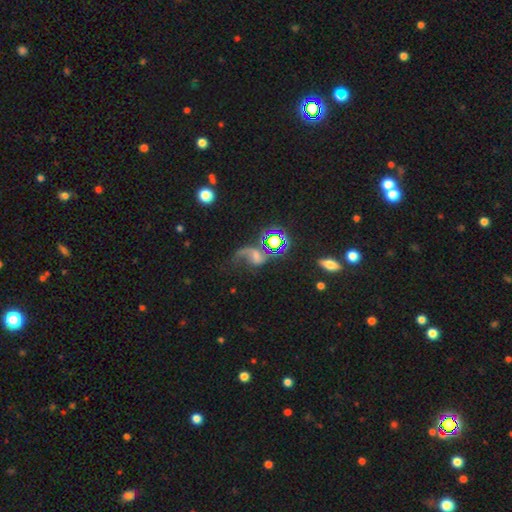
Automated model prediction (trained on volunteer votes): Smooth or featured: featured or disk — 57% (star or artifact — 23%)
Edge-on disk: no — 96% (yes — 4%)
Bar: no — 52% (weak — 34%)
Spiral arms: yes — 84% (no — 16%)
Bulge size: small — 36% (none — 25%)
Merging: major disturbance — 39% (none — 33%)